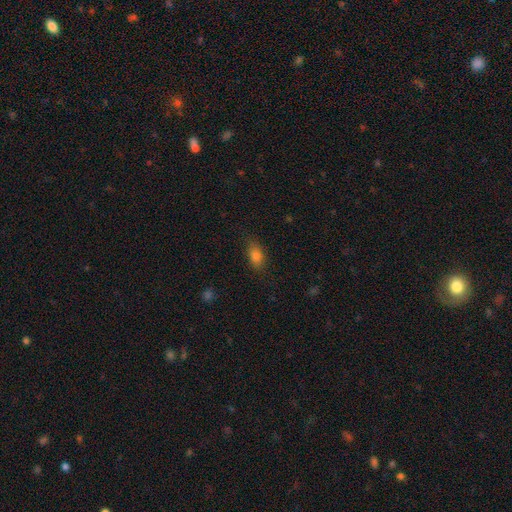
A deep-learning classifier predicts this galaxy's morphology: This is clearly a smooth galaxy (80%). How rounded: clearly in between (84%). Merging: likely none (78%).